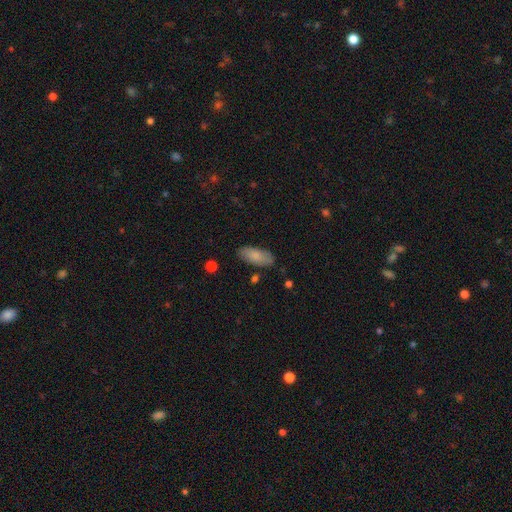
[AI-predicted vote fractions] A smooth galaxy with no disk features (82%) that is in between round and cigar-shaped (85%).

Vote fractions:
- Smooth or featured? smooth: 82% / featured or disk: 12% / star or artifact: 6%
- How rounded? in between: 85% / cigar-shaped: 13% / round: 2%
- Merging? none: 83% / minor disturbance: 12% / major disturbance: 3% / merger: 2%